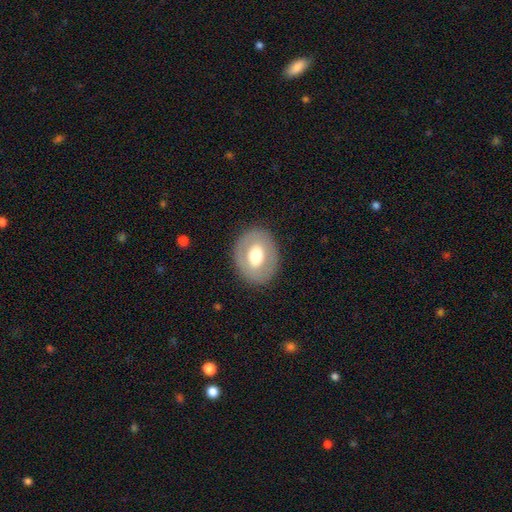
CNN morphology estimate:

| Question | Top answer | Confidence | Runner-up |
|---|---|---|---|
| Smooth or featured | smooth | 53% | featured or disk (40%) |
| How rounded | in between | 56% | round (43%) |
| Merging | none | 85% | minor disturbance (9%) |